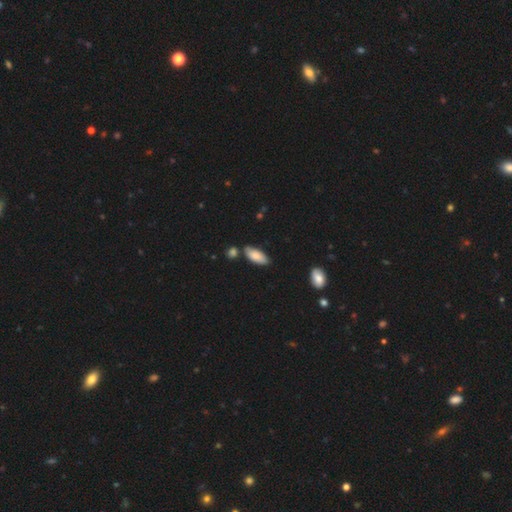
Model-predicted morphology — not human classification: Overall: smooth (84%). How rounded: in between (84%). Merging: none (73%).